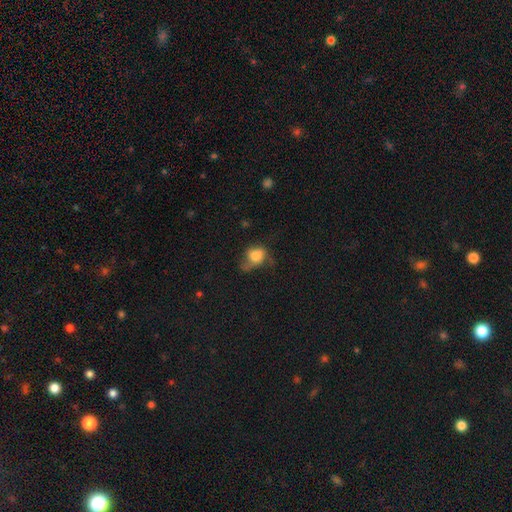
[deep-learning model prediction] The model was most divided on "merging": none: 34%, major disturbance: 31%, minor disturbance: 31%, merger: 5%. More confident: smooth or featured — smooth (72%); how rounded — in between (54%).